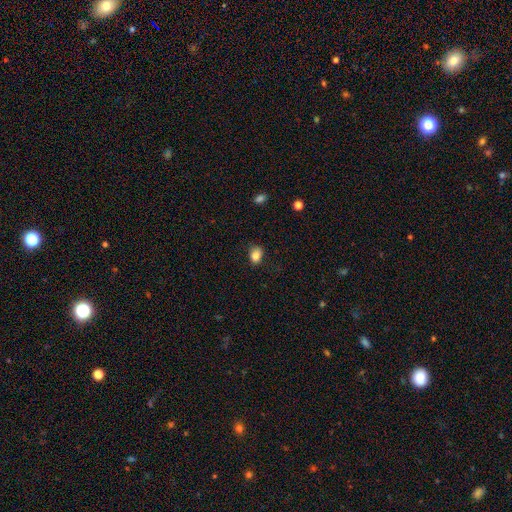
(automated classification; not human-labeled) smooth_or_featured: smooth (p=0.85) [alt: star or artifact p=0.10]
how_rounded: in between (p=0.66) [alt: round p=0.33]
merging: none (p=0.75) [alt: minor disturbance p=0.19]